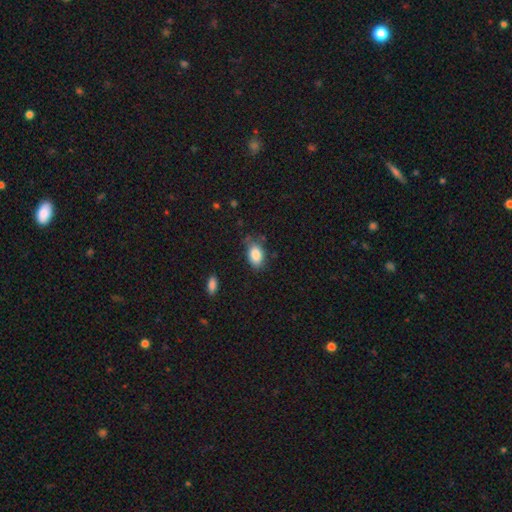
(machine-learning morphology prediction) smooth-or-featured: smooth: 86% | star or artifact: 8% | featured or disk: 7%
  how-rounded: in between: 86% | round: 12% | cigar-shaped: 2%
  merging: none: 69% | minor disturbance: 23% | major disturbance: 5% | merger: 2%